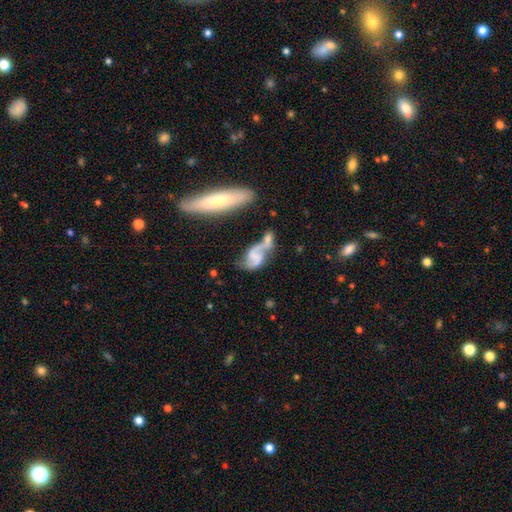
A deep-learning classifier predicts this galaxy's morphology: A featured or disk galaxy (73%) with no bar (45%), 2 (86%) loose (63%) spiral arms (87%) and no central bulge (55%). Merging: merger (40%).